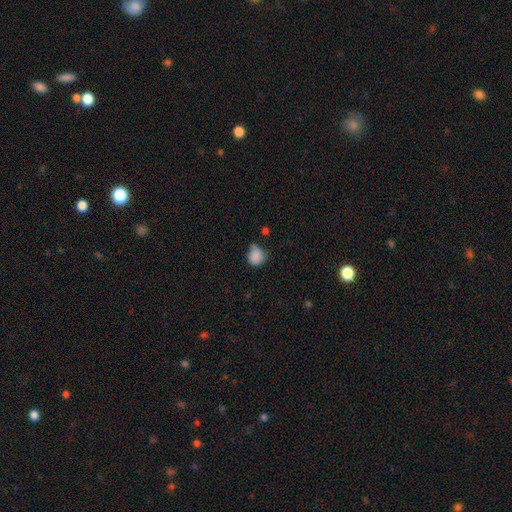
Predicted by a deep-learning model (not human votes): The model was most divided on "merging": none: 42%, minor disturbance: 39%, major disturbance: 13%, merger: 6%. More confident: smooth or featured — smooth (83%); how rounded — round (69%).